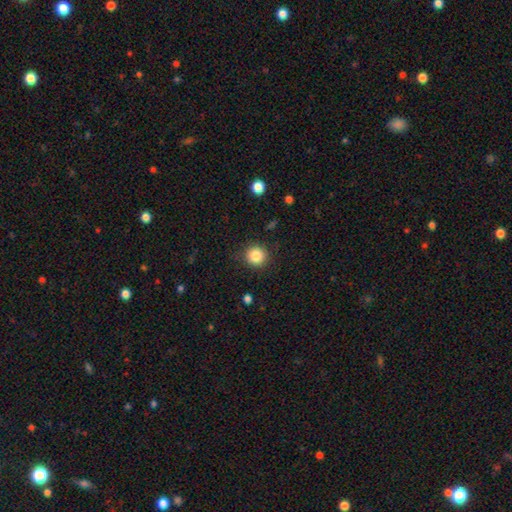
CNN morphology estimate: smooth-or-featured: smooth: 85% | star or artifact: 10% | featured or disk: 5%
  how-rounded: round: 93% | in between: 6% | cigar-shaped: 1%
  merging: none: 88% | minor disturbance: 8% | major disturbance: 3% | merger: 1%